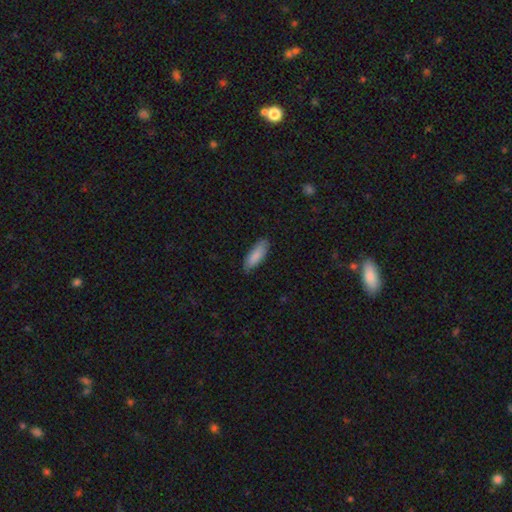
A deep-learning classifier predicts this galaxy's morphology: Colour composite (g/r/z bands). It shows a smooth galaxy with no disk features (87%) that is in between round and cigar-shaped (66%). Merging: none (82%).